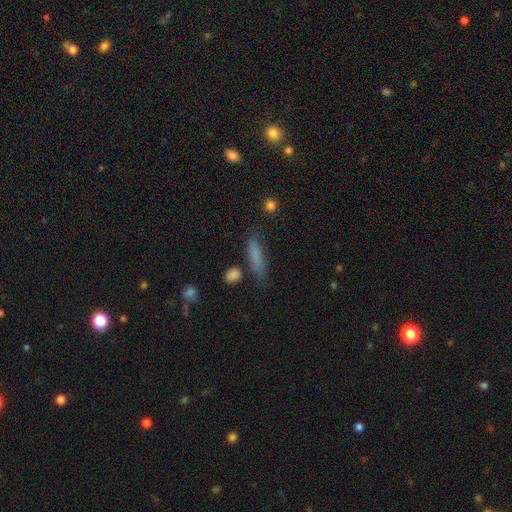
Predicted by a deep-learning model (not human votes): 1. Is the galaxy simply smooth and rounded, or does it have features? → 77% smooth, 12% featured or disk, 10% star or artifact.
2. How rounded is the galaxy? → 68% cigar-shaped, 28% in between, 3% round.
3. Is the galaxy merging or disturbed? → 72% none, 17% minor disturbance, 6% major disturbance, 5% merger.